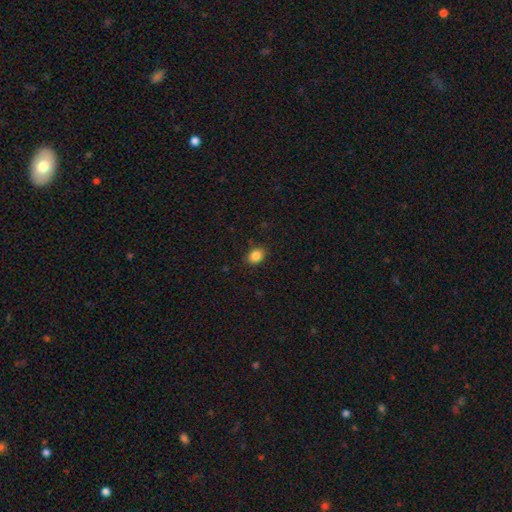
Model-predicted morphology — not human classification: A smooth galaxy with no disk features (86%) that is in between round and cigar-shaped (60%). Merging: none (87%).